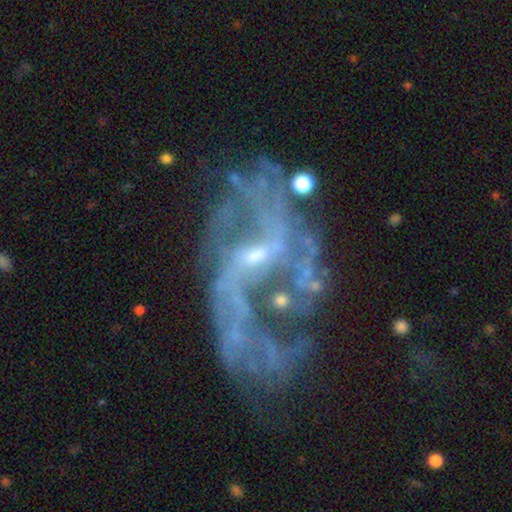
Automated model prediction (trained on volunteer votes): featured or disk 78%, star or artifact 14%, smooth 7%. Down the decision tree: edge-on disk — no (96%); bar — weak (42%); spiral arms — yes (87%); spiral arm count — 2 (65%); spiral winding — loose (43%); bulge size — small (65%); merging — none (50%).